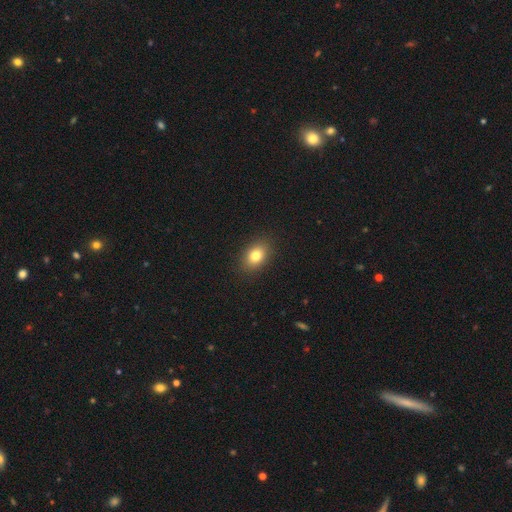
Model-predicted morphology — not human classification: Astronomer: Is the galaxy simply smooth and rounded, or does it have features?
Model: smooth — 81%.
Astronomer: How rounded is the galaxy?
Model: in between — 72%.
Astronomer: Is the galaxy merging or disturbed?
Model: none — 89%.